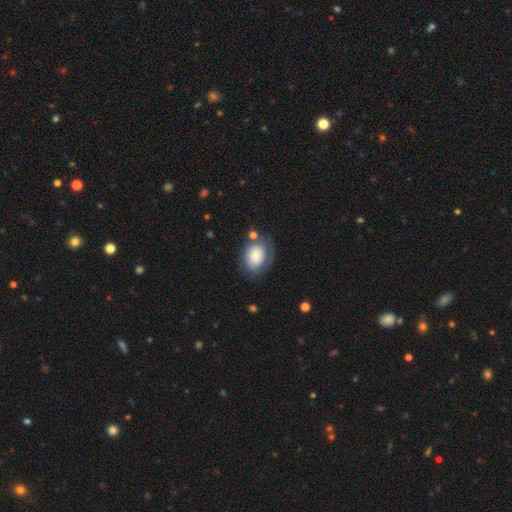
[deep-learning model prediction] Smooth or featured? smooth (71%)
How rounded? in between (68%)
Merging? none (59%)